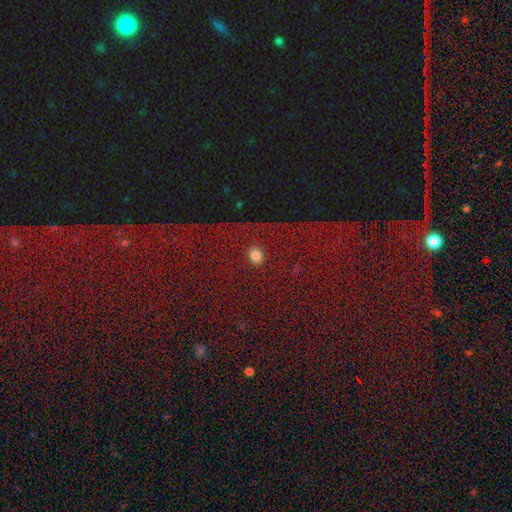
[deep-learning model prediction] smooth-or-featured: smooth: 68% | star or artifact: 23% | featured or disk: 9%
  how-rounded: round: 54% | in between: 44% | cigar-shaped: 2%
  merging: none: 80% | minor disturbance: 10% | major disturbance: 6% | merger: 4%